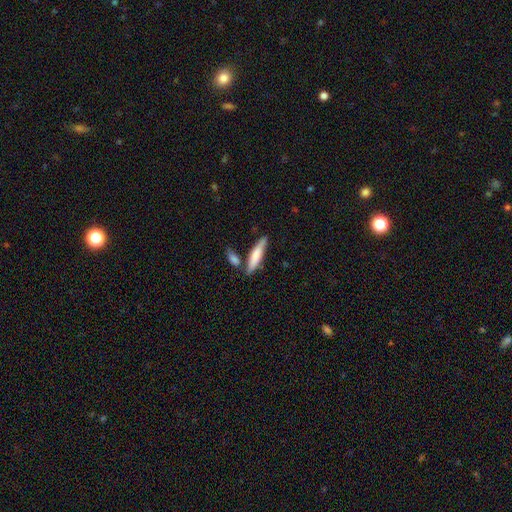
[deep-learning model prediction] Morphology: type=smooth (72%); roundness=cigar-shaped (78%); merging=none (68%).